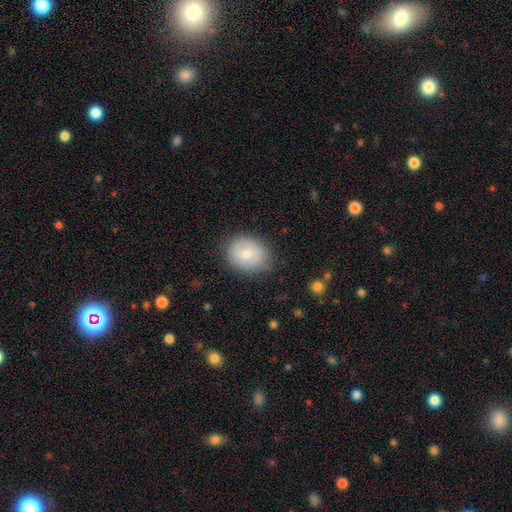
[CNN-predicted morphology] smooth-or-featured: smooth: 75% | featured or disk: 18% | star or artifact: 7%
  how-rounded: round: 50% | in between: 49% | cigar-shaped: 1%
  merging: none: 79% | minor disturbance: 15% | major disturbance: 4% | merger: 2%